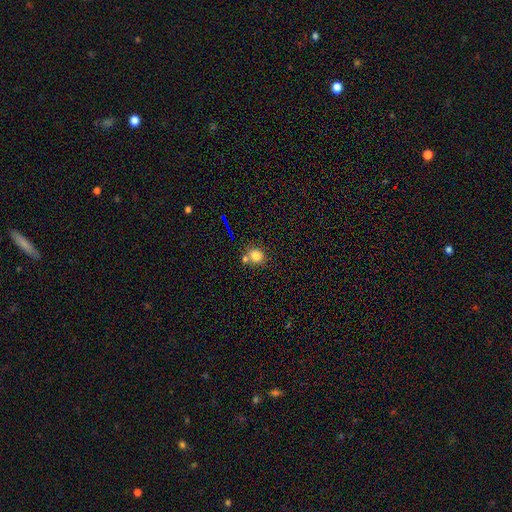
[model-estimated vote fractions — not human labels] Smooth or featured?
  - smooth: 78% *
  - star or artifact: 13%
  - featured or disk: 8%
How rounded?
  - round: 78% *
  - in between: 20%
  - cigar-shaped: 1%
Merging?
  - none: 59% *
  - merger: 26%
  - minor disturbance: 11%
  - major disturbance: 4%